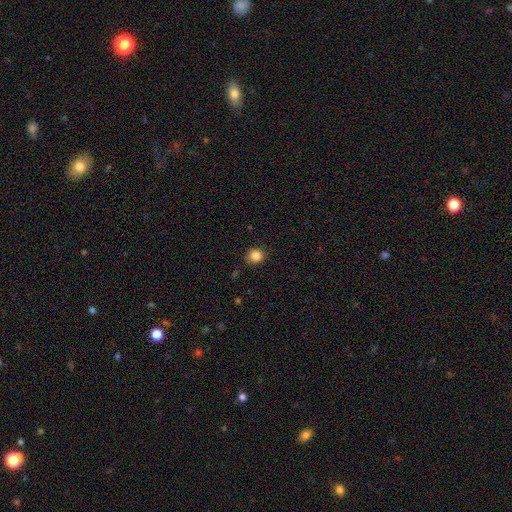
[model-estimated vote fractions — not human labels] smooth-or-featured: smooth: 85% | star or artifact: 11% | featured or disk: 4%
  how-rounded: round: 85% | in between: 14% | cigar-shaped: 1%
  merging: none: 86% | minor disturbance: 10% | major disturbance: 2% | merger: 1%